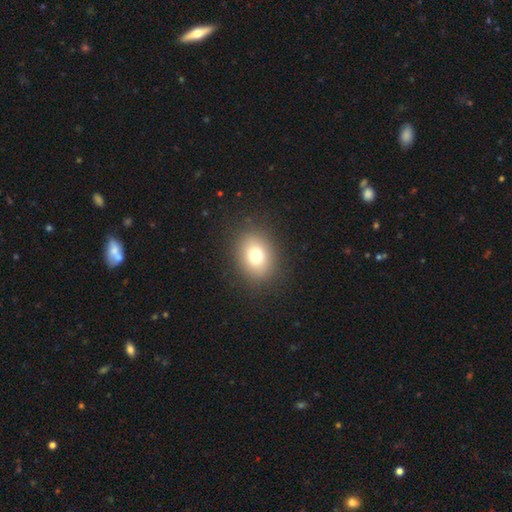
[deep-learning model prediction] A smooth galaxy with no disk features (75%) that is in between round and cigar-shaped (52%).

Vote fractions:
- Smooth or featured? smooth: 75% / star or artifact: 13% / featured or disk: 11%
- How rounded? in between: 52% / round: 47% / cigar-shaped: 1%
- Merging? none: 88% / minor disturbance: 7% / major disturbance: 3% / merger: 1%